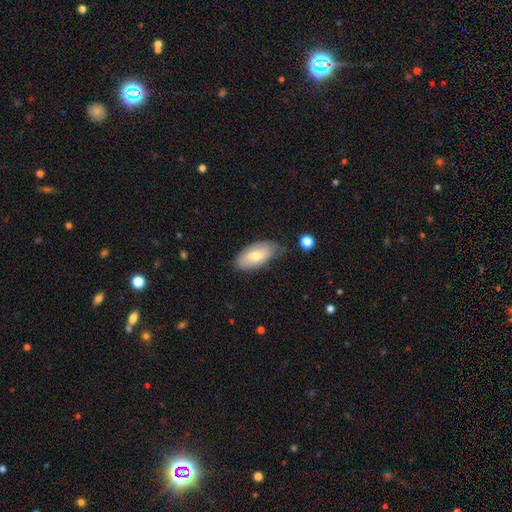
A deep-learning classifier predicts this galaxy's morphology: smooth-or-featured: smooth: 69% | featured or disk: 25% | star or artifact: 6%
  how-rounded: in between: 93% | cigar-shaped: 4% | round: 3%
  merging: none: 69% | minor disturbance: 24% | major disturbance: 5% | merger: 3%